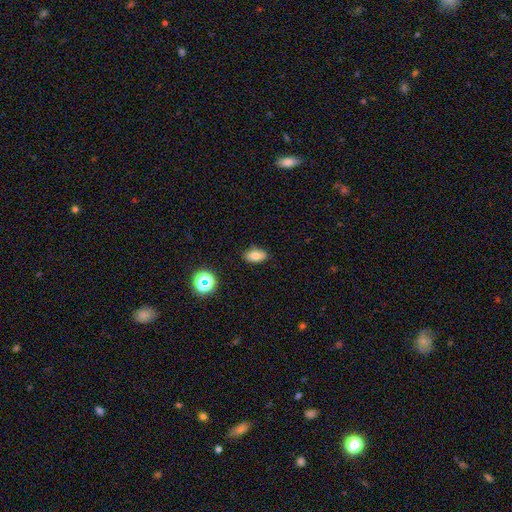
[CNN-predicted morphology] Smooth or featured? smooth (79%)
How rounded? in between (90%)
Merging? none (86%)